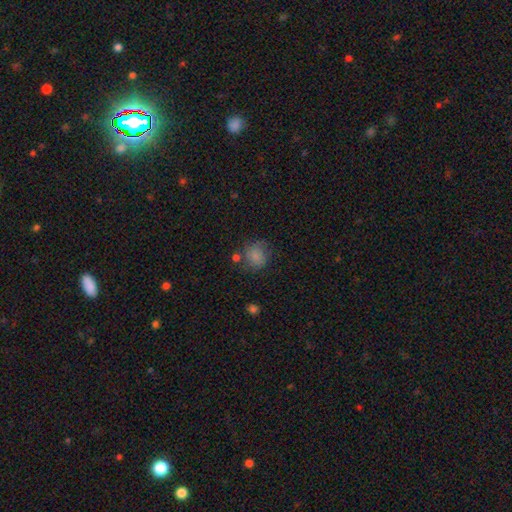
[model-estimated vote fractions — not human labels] A smooth galaxy with no disk features (81%) that is round (78%). Merging: none (65%).